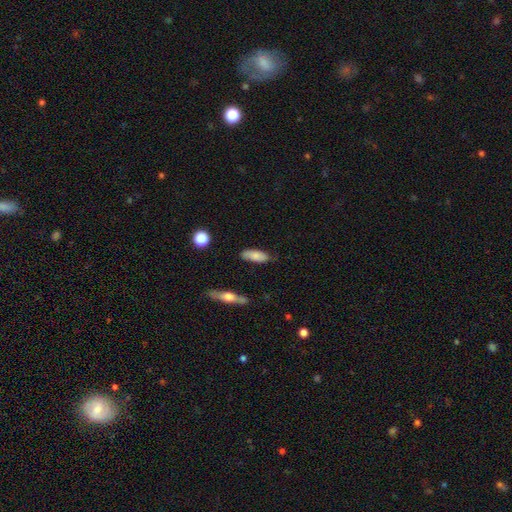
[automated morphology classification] Q: Smooth or featured?
A: smooth (74%); runner-up: featured or disk (19%)
Q: How rounded?
A: in between (73%); runner-up: cigar-shaped (25%)
Q: Merging?
A: none (75%); runner-up: minor disturbance (19%)